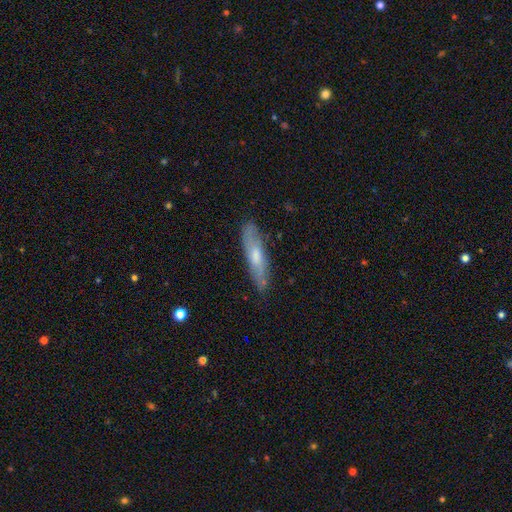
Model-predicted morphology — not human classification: This is possibly a smooth galaxy (50%). How rounded: likely cigar-shaped (76%). Merging: likely none (80%).